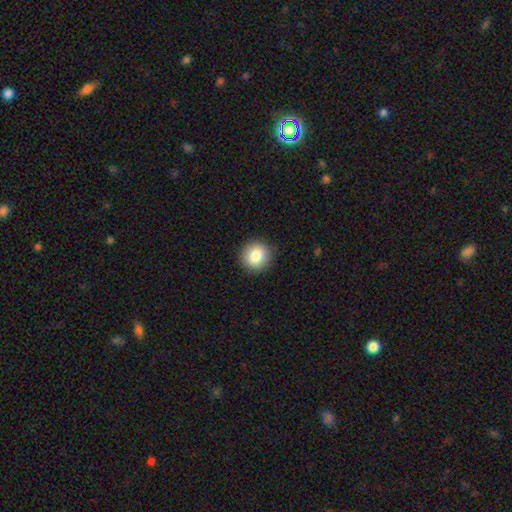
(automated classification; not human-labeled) smooth 84%, star or artifact 9%, featured or disk 7%. Down the decision tree: how rounded — round (90%); merging — none (91%).